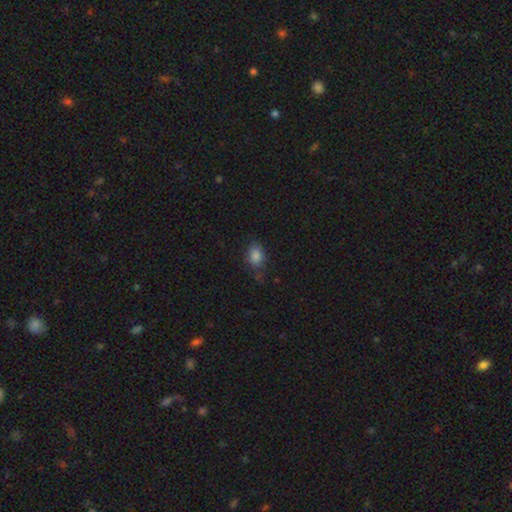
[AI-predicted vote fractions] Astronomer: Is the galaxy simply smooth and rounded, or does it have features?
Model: smooth — 83%.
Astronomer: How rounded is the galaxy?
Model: in between — 80%.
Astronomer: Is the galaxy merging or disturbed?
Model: none — 68%.